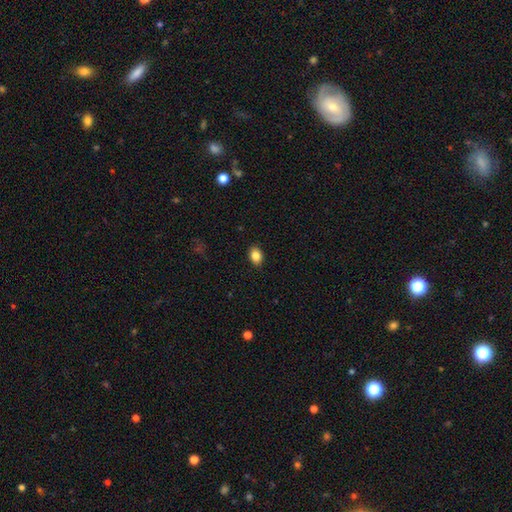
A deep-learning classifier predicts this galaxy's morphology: The model was most divided on "how rounded": in between: 76%, round: 23%, cigar-shaped: 1%. More confident: merging — none (89%); smooth or featured — smooth (86%).